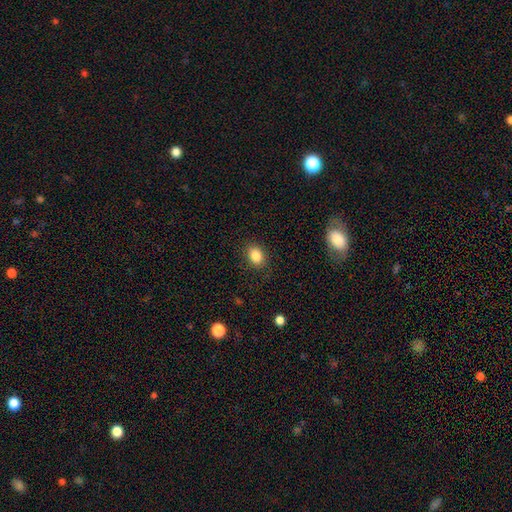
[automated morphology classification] This is clearly a smooth galaxy (85%). How rounded: likely in between (64%). Merging: clearly none (86%).